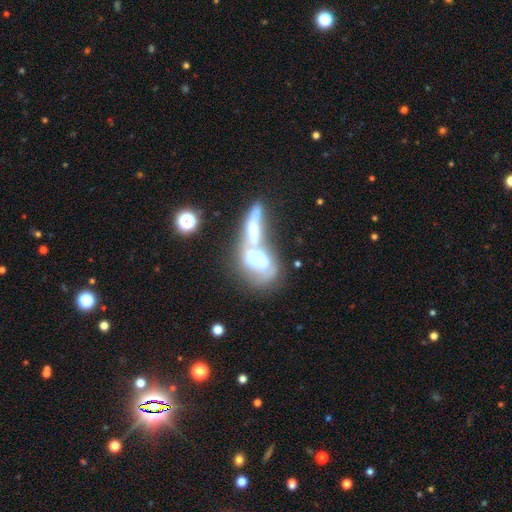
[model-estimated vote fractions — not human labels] Smooth or featured: featured or disk — 56% (smooth — 33%)
Edge-on disk: no — 78% (yes — 22%)
Merging: merger — 71% (none — 12%)